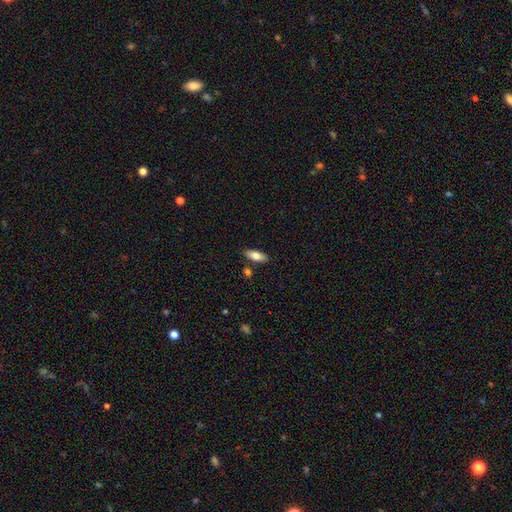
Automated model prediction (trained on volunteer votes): smooth_or_featured: smooth (p=0.78) [alt: featured or disk p=0.16]
how_rounded: in between (p=0.76) [alt: cigar-shaped p=0.22]
merging: none (p=0.83) [alt: minor disturbance p=0.10]